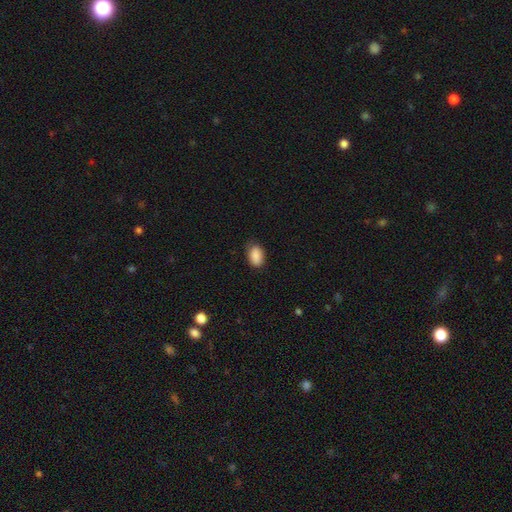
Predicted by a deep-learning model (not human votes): Morphology: type=smooth (88%); roundness=in between (89%); merging=none (77%).